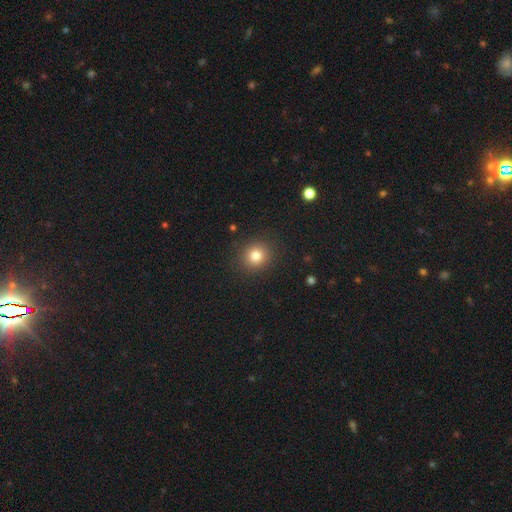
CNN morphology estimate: This appears to be a smooth galaxy with no disk features (80%) that is round (86%). Merging: none (89%).